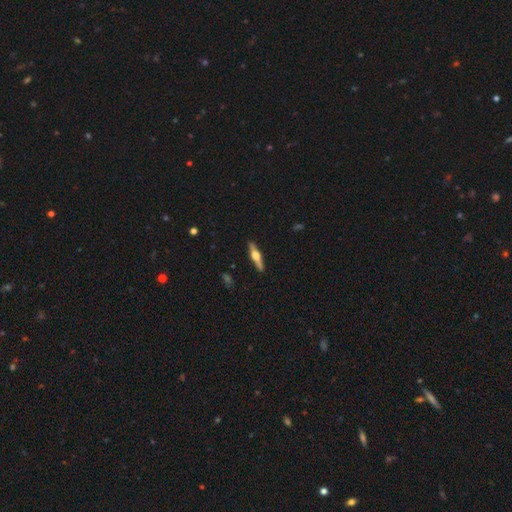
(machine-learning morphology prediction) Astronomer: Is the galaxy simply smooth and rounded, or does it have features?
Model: featured or disk — 68%.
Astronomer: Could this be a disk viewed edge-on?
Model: yes — 97%.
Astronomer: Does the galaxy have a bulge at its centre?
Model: rounded — 94%.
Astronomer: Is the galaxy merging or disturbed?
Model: none — 91%.